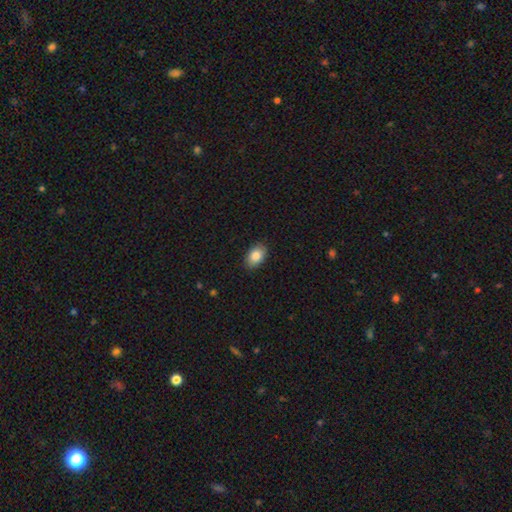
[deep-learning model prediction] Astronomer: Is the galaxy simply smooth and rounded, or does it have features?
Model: smooth — 86%.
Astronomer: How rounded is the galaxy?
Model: in between — 90%.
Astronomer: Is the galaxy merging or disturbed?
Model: none — 89%.